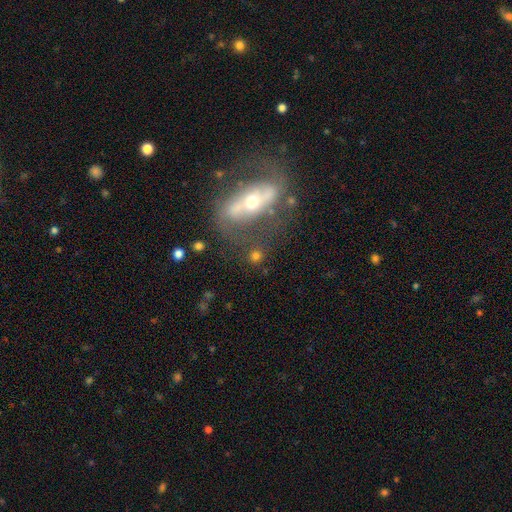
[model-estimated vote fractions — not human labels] Morphology: type=smooth (61%); roundness=round (68%); merging=none (70%).